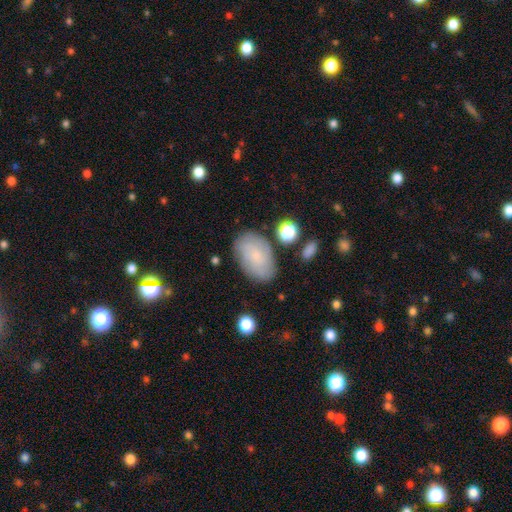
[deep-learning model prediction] smooth-or-featured: smooth: 51% | featured or disk: 40% | star or artifact: 9%
  how-rounded: in between: 89% | round: 9% | cigar-shaped: 2%
  merging: none: 78% | minor disturbance: 15% | major disturbance: 4% | merger: 3%